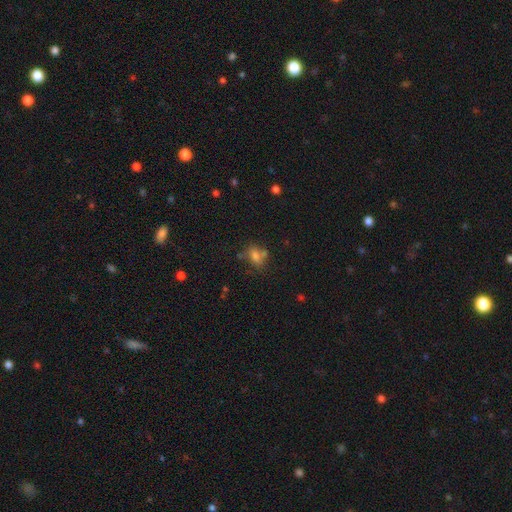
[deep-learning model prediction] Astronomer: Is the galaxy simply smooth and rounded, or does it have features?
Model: smooth — 65%.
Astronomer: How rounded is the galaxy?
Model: in between — 65%.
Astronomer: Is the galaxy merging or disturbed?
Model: none — 46% (runner-up: merger, 26%).